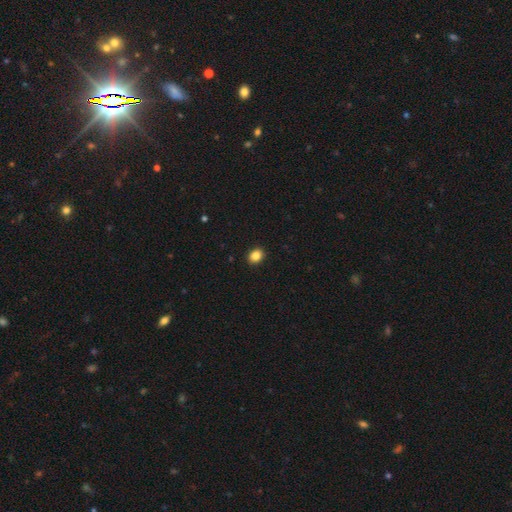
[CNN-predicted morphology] This is clearly a smooth galaxy (86%). How rounded: possibly round (50%). Merging: clearly none (91%).